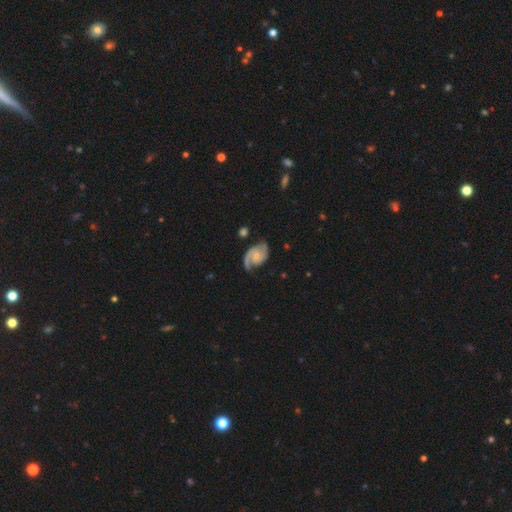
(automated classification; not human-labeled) Morphology: type=featured or disk (85%); edge-on=no (98%); bar=no (68%); spiral arms=yes (97%); winding=medium (49%); arm count=2 (82%); bulge=small (60%); merging=none (66%).